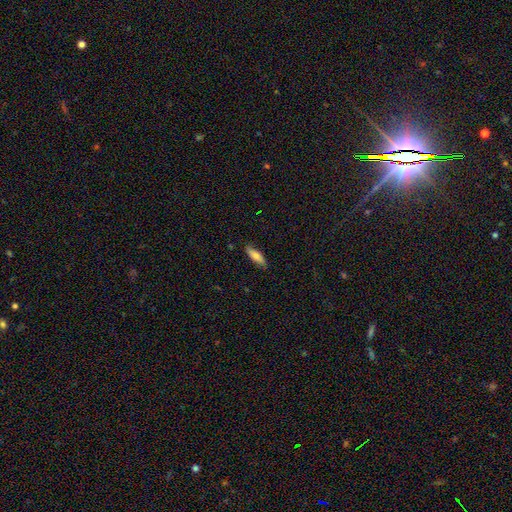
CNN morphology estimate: Smooth or featured? Predicted: smooth (p=0.71). How rounded? Predicted: in between (p=0.50). Merging? Predicted: none (p=0.83).